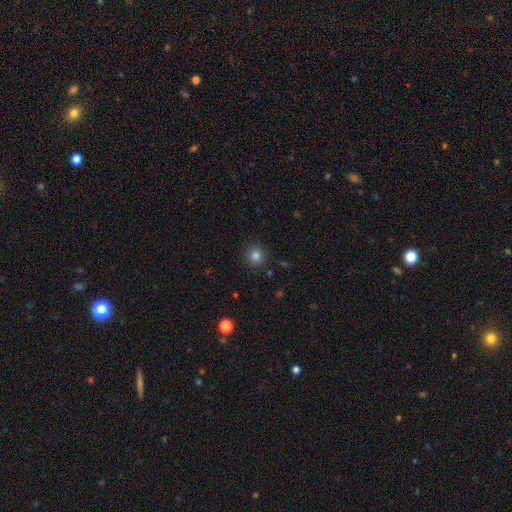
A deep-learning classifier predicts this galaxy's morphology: A smooth galaxy with no disk features (83%) that is round (92%).

Vote fractions:
- Smooth or featured? smooth: 83% / star or artifact: 12% / featured or disk: 5%
- How rounded? round: 92% / in between: 7% / cigar-shaped: 1%
- Merging? none: 89% / minor disturbance: 7% / major disturbance: 2% / merger: 1%